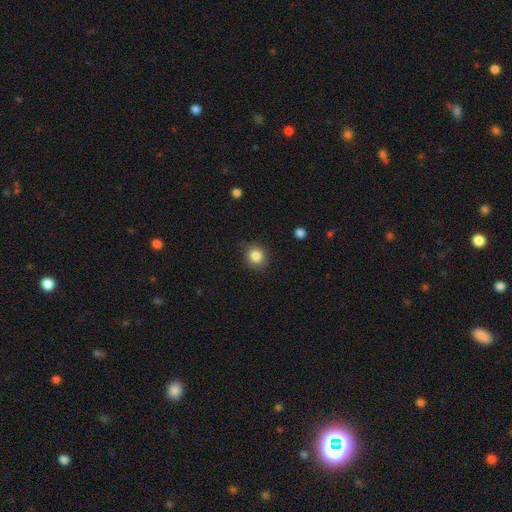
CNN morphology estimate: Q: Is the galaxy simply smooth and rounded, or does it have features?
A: smooth — 84%.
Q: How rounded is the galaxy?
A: round — 86%.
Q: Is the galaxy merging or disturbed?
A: none — 85%.